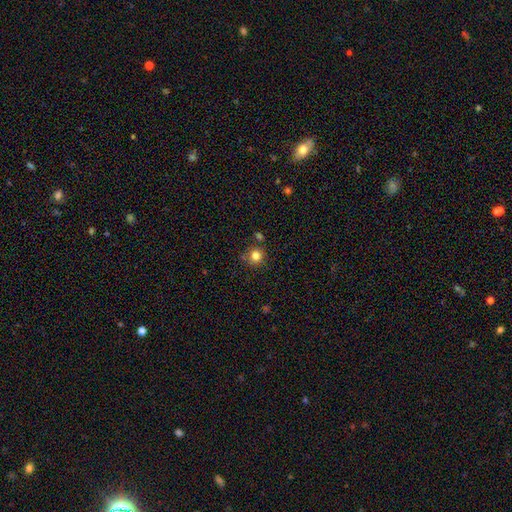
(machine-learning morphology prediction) smooth_or_featured: smooth (p=0.81) [alt: star or artifact p=0.13]
how_rounded: round (p=0.91) [alt: in between p=0.08]
merging: none (p=0.77) [alt: minor disturbance p=0.11]